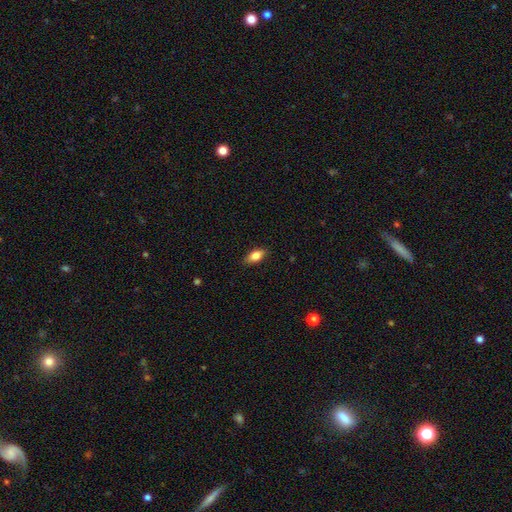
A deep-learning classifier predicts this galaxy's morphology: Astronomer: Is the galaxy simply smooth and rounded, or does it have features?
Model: smooth — 77%.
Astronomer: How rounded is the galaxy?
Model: in between — 84%.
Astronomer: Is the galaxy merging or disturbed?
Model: none — 86%.